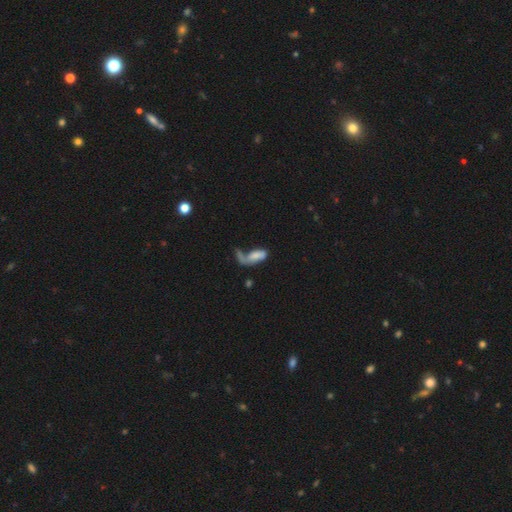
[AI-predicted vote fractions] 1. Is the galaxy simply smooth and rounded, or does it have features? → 59% smooth, 32% featured or disk, 9% star or artifact.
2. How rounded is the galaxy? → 77% in between, 19% cigar-shaped, 4% round.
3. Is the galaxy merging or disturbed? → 40% major disturbance, 23% none, 21% merger, 15% minor disturbance.